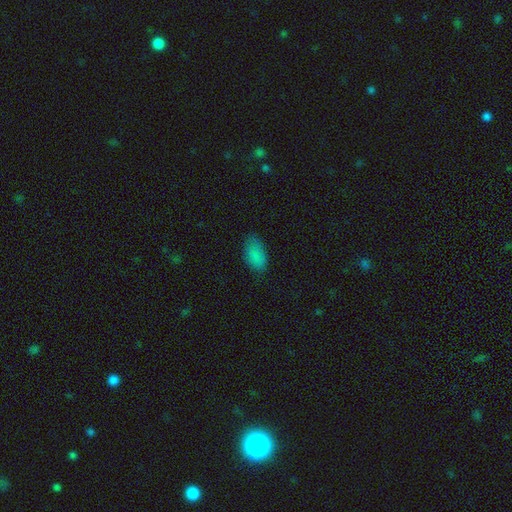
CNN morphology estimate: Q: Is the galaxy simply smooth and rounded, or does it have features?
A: smooth — 84%.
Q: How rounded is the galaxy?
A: in between — 94%.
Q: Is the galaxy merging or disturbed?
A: none — 74%.